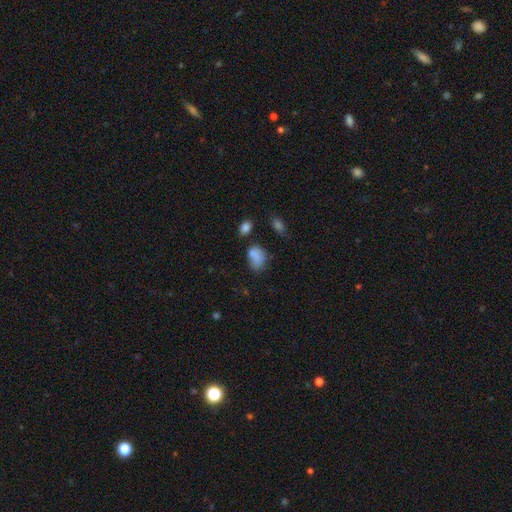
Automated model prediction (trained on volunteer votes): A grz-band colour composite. It shows a smooth galaxy with no disk features (80%) that is in between round and cigar-shaped (76%). Merging: none (46%).